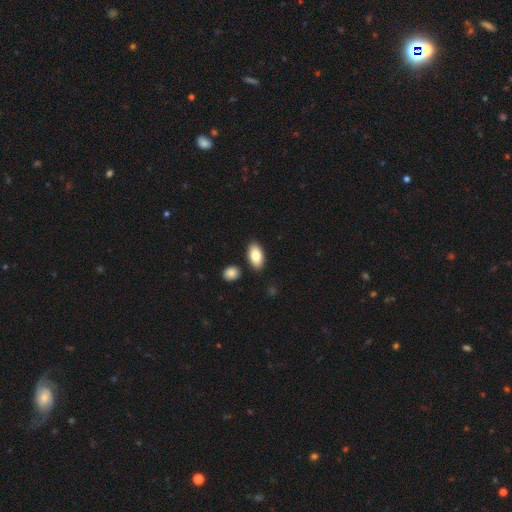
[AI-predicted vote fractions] Morphology: type=smooth (84%); roundness=in between (94%); merging=none (85%).